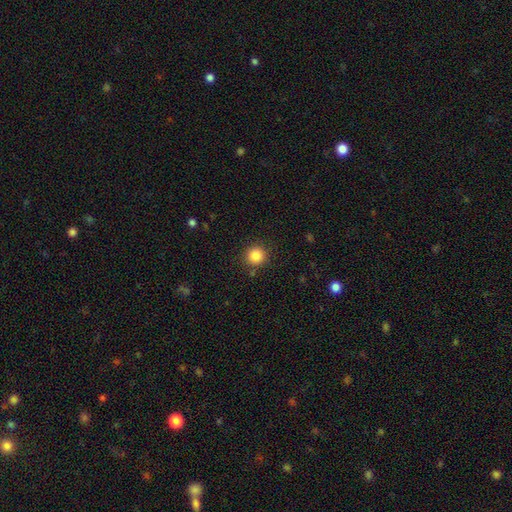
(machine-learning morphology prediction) This appears to be a smooth galaxy with no disk features (85%) that is round (92%). Merging: none (87%).